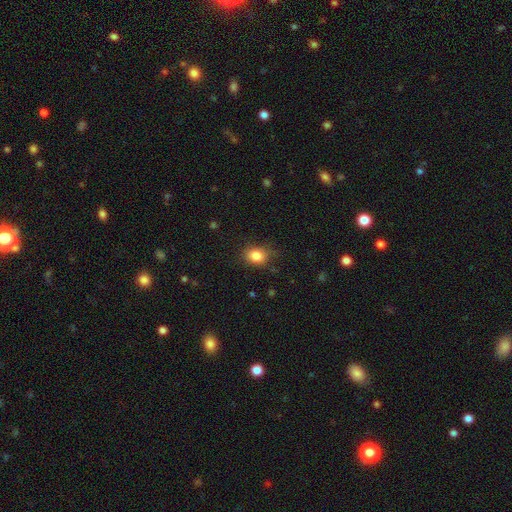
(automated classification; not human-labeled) smooth-or-featured: smooth: 84% | star or artifact: 10% | featured or disk: 6%
  how-rounded: in between: 54% | round: 45% | cigar-shaped: 1%
  merging: none: 77% | minor disturbance: 18% | major disturbance: 4% | merger: 1%